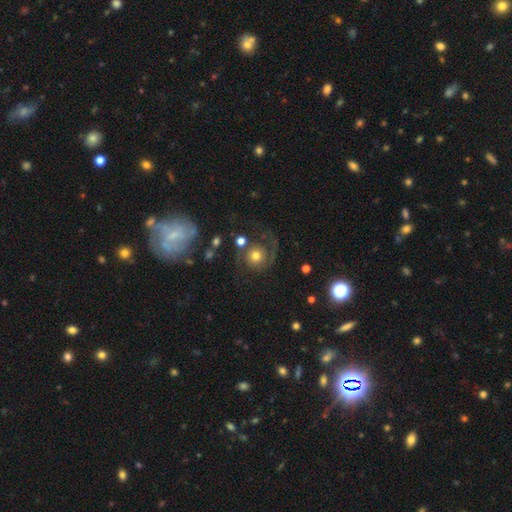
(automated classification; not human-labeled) Smooth or featured? featured or disk (72%)
Edge-on disk? no (98%)
Bar? no (80%)
Spiral arms? yes (93%)
Spiral winding? medium (47%)
Spiral arm count? 2 (84%)
Bulge size? moderate (64%)
Merging? none (64%)